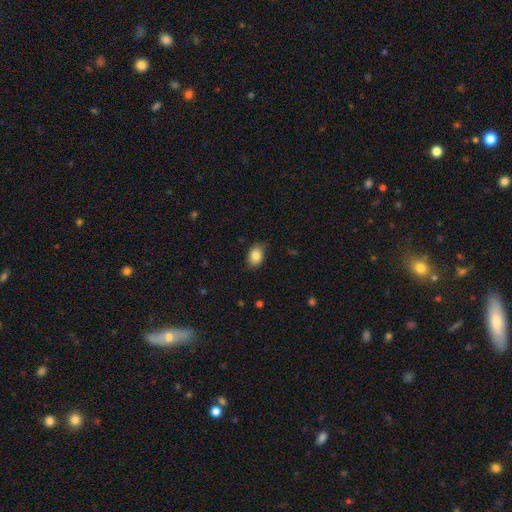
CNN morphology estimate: A smooth galaxy with no disk features (85%) that is in between round and cigar-shaped (79%). Merging: none (81%).